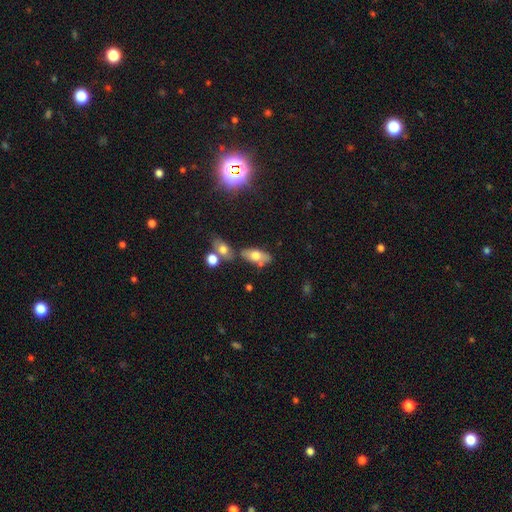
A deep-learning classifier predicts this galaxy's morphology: Smooth or featured?
  - smooth: 66% *
  - featured or disk: 24%
  - star or artifact: 10%
How rounded?
  - in between: 82% *
  - cigar-shaped: 13%
  - round: 5%
Merging?
  - none: 60% *
  - merger: 20%
  - minor disturbance: 15%
  - major disturbance: 5%